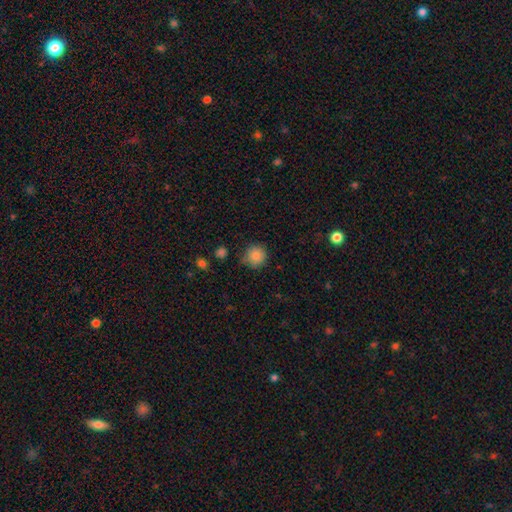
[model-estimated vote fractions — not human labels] smooth_or_featured: smooth (p=0.86) [alt: star or artifact p=0.10]
how_rounded: round (p=0.93) [alt: in between p=0.06]
merging: none (p=0.78) [alt: minor disturbance p=0.15]